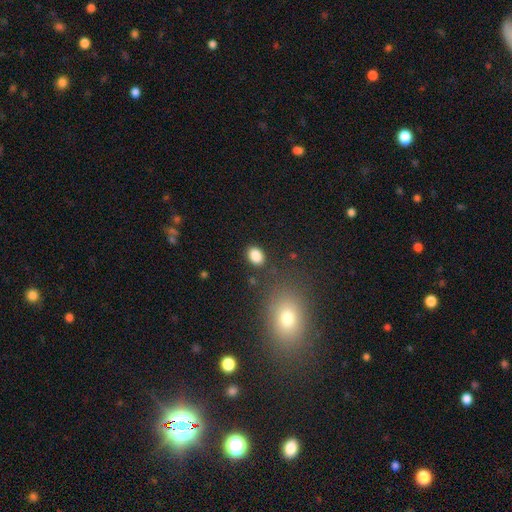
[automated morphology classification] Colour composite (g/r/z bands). It shows a smooth galaxy with no disk features (86%) that is in between round and cigar-shaped (73%). Merging: none (84%).